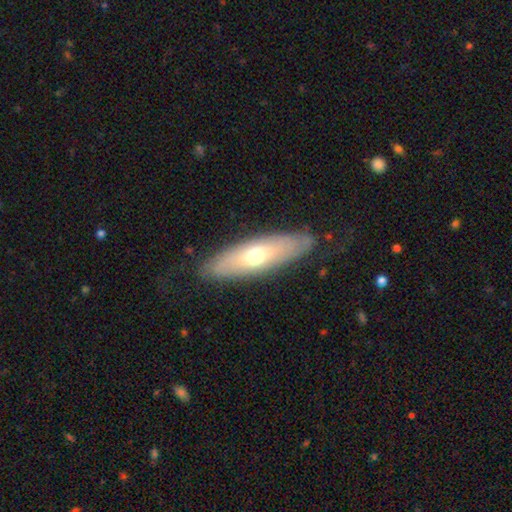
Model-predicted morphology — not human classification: smooth 52%, featured or disk 42%, star or artifact 6%. Down the decision tree: how rounded — in between (50%); merging — none (82%).